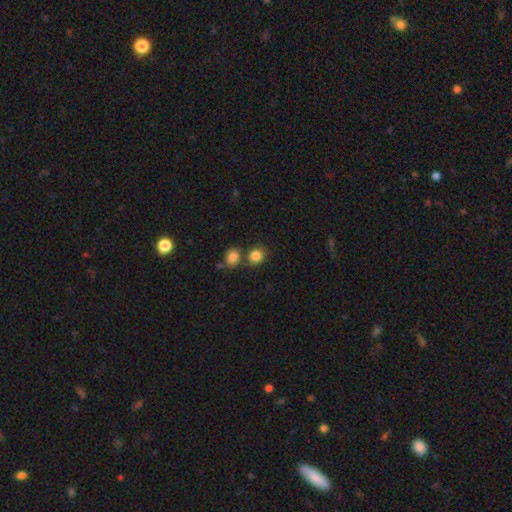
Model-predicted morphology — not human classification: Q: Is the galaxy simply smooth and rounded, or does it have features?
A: smooth — 84%.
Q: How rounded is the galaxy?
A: round — 77%.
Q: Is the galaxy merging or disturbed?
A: none — 66%.